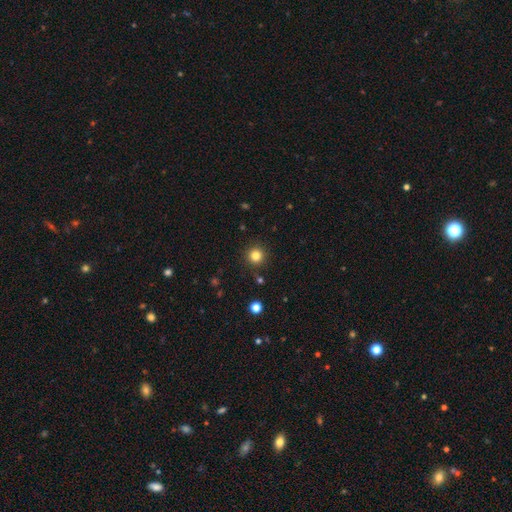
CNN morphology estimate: Smooth or featured?
  - smooth: 83% *
  - star or artifact: 13%
  - featured or disk: 5%
How rounded?
  - round: 95% *
  - in between: 4%
  - cigar-shaped: 1%
Merging?
  - none: 90% *
  - minor disturbance: 6%
  - major disturbance: 2%
  - merger: 2%